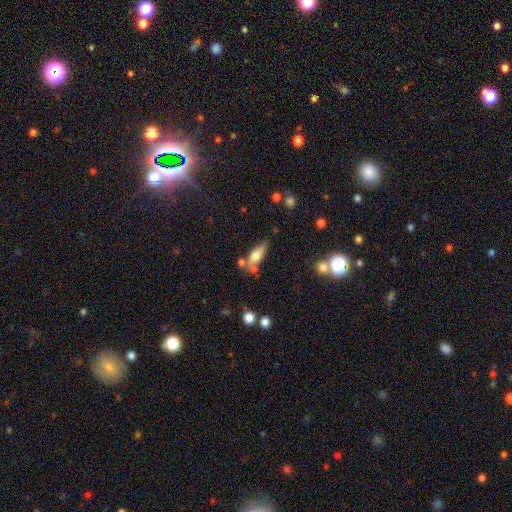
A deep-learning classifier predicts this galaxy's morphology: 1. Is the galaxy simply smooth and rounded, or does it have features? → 63% smooth, 29% featured or disk, 9% star or artifact.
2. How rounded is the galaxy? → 63% in between, 33% cigar-shaped, 4% round.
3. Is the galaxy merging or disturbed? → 53% none, 22% merger, 18% minor disturbance, 7% major disturbance.